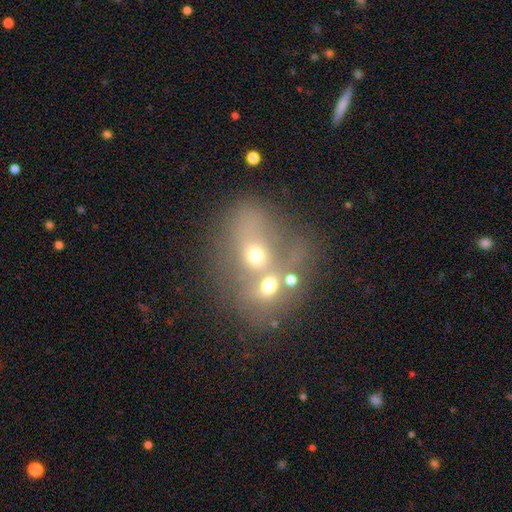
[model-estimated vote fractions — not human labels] Q: Smooth or featured?
A: smooth (42%); runner-up: featured or disk (36%)
Q: Merging?
A: merger (63%); runner-up: none (22%)